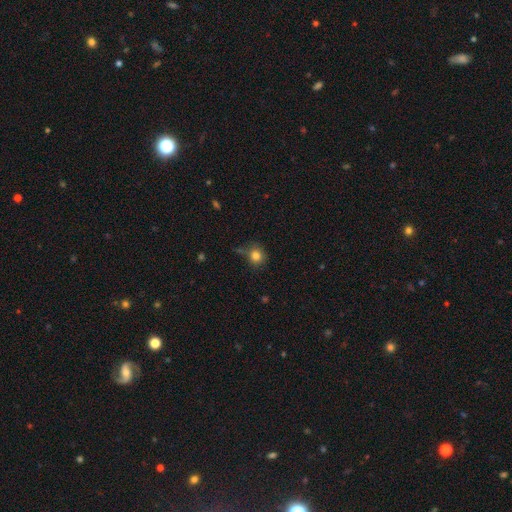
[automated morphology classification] Smooth or featured?
  - smooth: 82% *
  - star or artifact: 12%
  - featured or disk: 7%
How rounded?
  - round: 86% *
  - in between: 13%
  - cigar-shaped: 1%
Merging?
  - none: 73% *
  - minor disturbance: 16%
  - merger: 6%
  - major disturbance: 5%